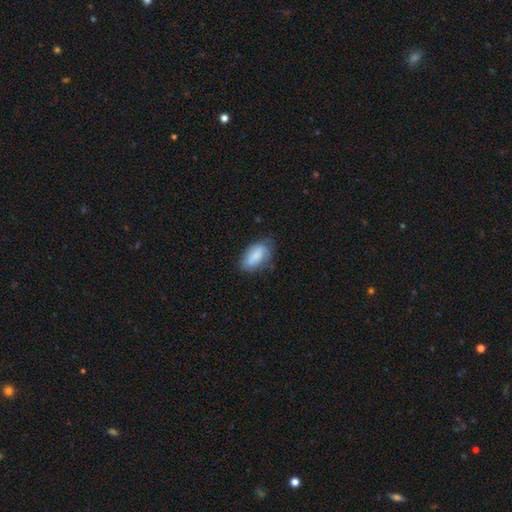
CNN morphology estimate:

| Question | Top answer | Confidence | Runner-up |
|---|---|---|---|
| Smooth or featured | smooth | 82% | featured or disk (12%) |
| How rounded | in between | 91% | cigar-shaped (5%) |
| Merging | none | 66% | minor disturbance (26%) |